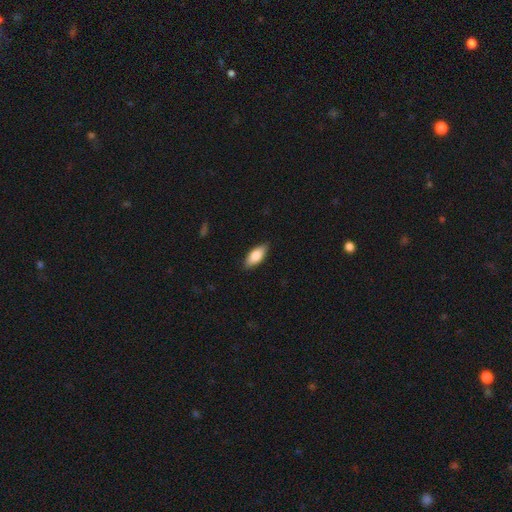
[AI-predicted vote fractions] The model was most divided on "smooth or featured": smooth: 80%, featured or disk: 14%, star or artifact: 6%. More confident: merging — none (86%); how rounded — in between (83%).